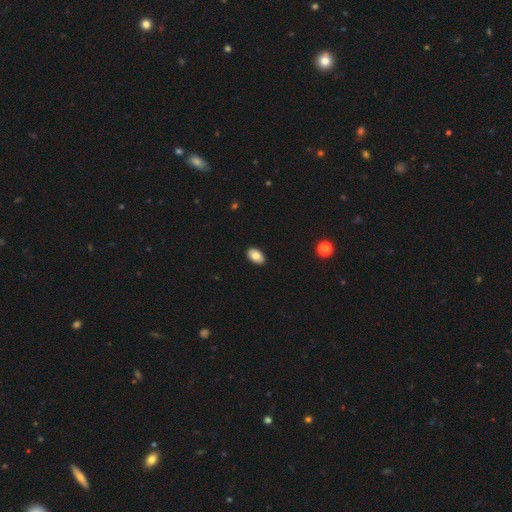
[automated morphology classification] Q: Smooth or featured?
A: smooth (82%); runner-up: featured or disk (10%)
Q: How rounded?
A: in between (93%); runner-up: round (6%)
Q: Merging?
A: none (90%); runner-up: minor disturbance (7%)